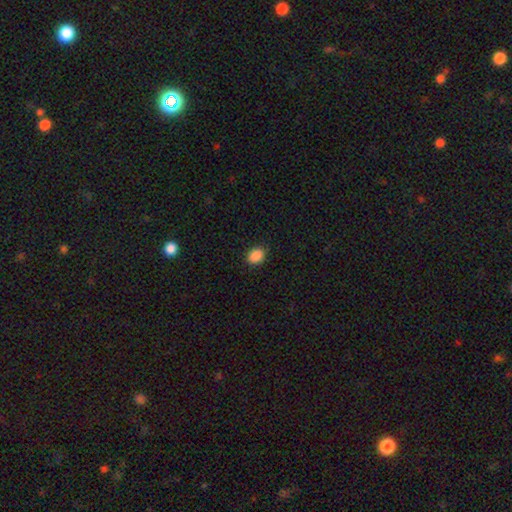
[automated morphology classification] A smooth galaxy with no disk features (89%) that is in between round and cigar-shaped (64%). Merging: none (87%).